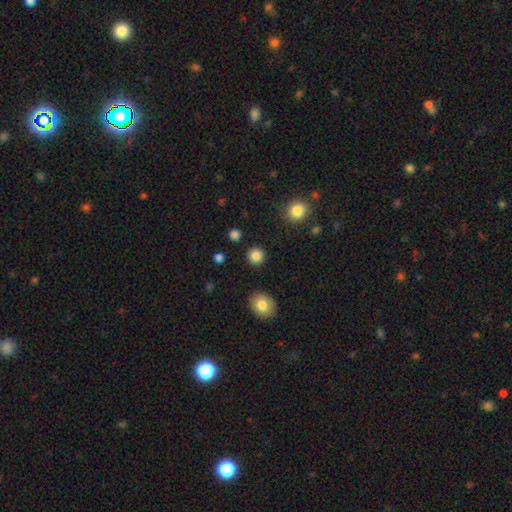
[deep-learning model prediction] Q: Smooth or featured?
A: smooth (86%); runner-up: star or artifact (10%)
Q: How rounded?
A: round (93%); runner-up: in between (6%)
Q: Merging?
A: none (91%); runner-up: minor disturbance (5%)